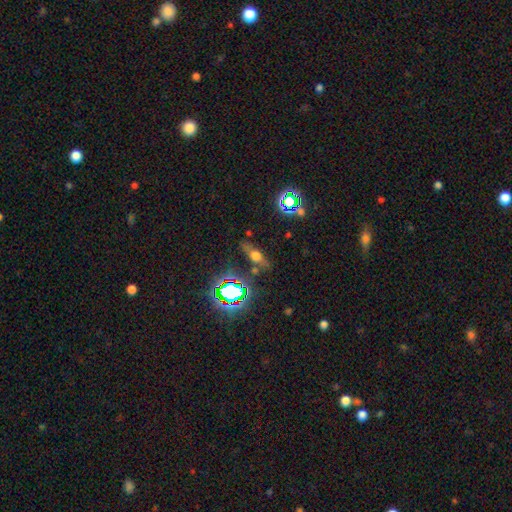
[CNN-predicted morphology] This is marginally a smooth galaxy (41%). Merging: likely none (76%).